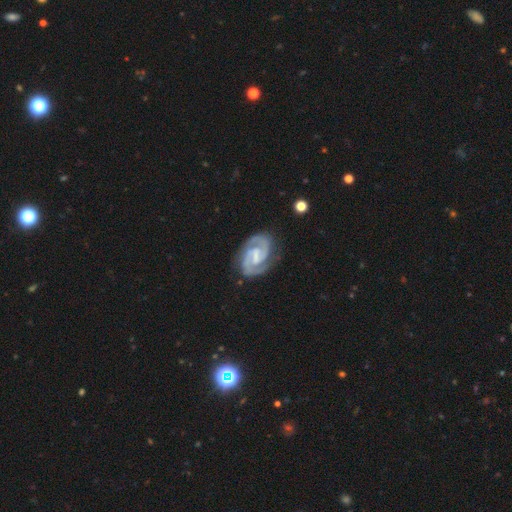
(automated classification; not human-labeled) smooth_or_featured: featured or disk (p=0.93) [alt: smooth p=0.04]
disk_edge_on: no (p=0.98) [alt: yes p=0.02]
bar: weak (p=0.53) [alt: strong p=0.27]
has_spiral_arms: yes (p=0.99) [alt: no p=0.01]
spiral_winding: medium (p=0.48) [alt: tight p=0.46]
spiral_arm_count: 2 (p=0.93) [alt: 3 p=0.02]
bulge_size: small (p=0.38) [alt: none p=0.35]
merging: none (p=0.81) [alt: minor disturbance p=0.14]